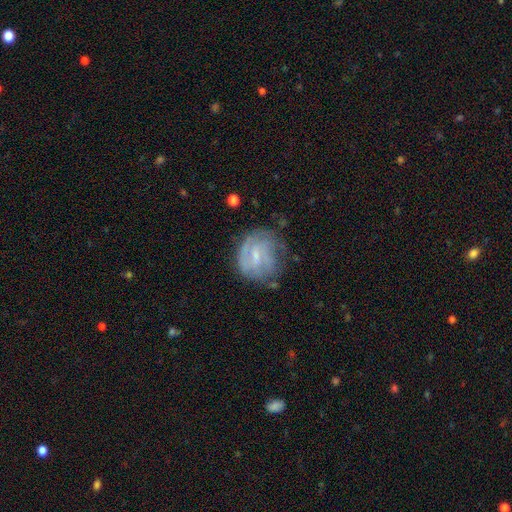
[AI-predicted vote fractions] The model was most divided on "bulge size": small: 52%, moderate: 26%, none: 20%, large: 2%, dominant: 1%. More confident: edge-on disk — no (97%); spiral arms — yes (73%); smooth or featured — featured or disk (65%); bar — weak (57%); merging — none (56%).